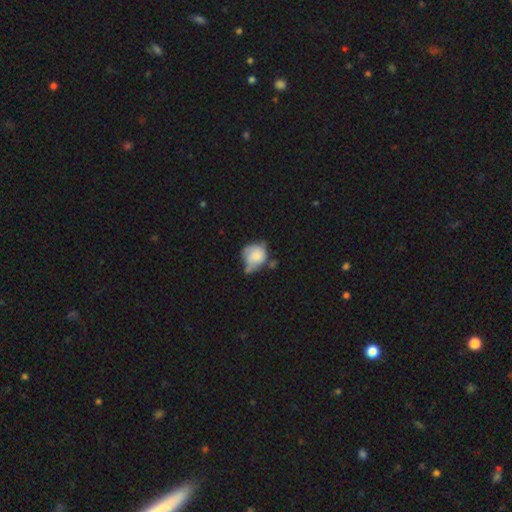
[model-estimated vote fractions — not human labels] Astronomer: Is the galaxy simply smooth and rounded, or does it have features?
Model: smooth — 71%.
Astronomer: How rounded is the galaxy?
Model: round — 69%.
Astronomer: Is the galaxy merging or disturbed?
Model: minor disturbance — 36% (runner-up: none, 27%).